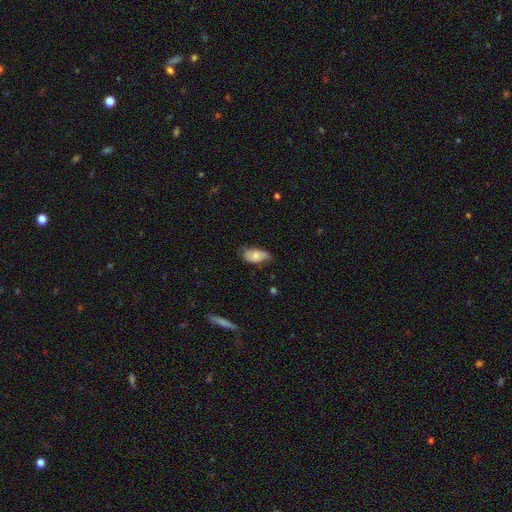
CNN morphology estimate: A smooth galaxy with no disk features (69%) that is in between round and cigar-shaped (92%).

Vote fractions:
- Smooth or featured? smooth: 69% / featured or disk: 23% / star or artifact: 7%
- How rounded? in between: 92% / cigar-shaped: 4% / round: 4%
- Merging? none: 53% / minor disturbance: 36% / major disturbance: 10% / merger: 2%